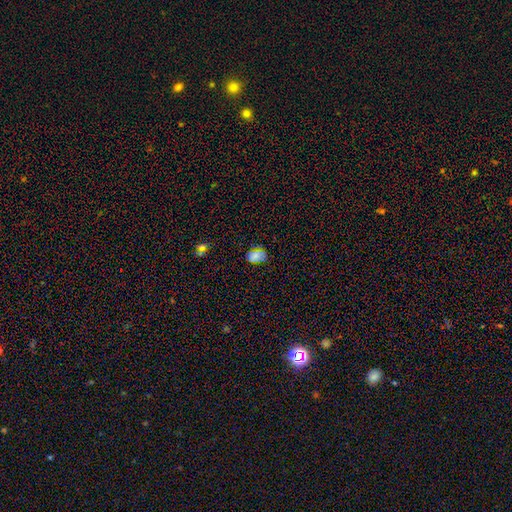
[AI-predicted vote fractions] The model was most divided on "how rounded": in between: 72%, round: 26%, cigar-shaped: 2%. More confident: merging — none (74%); smooth or featured — smooth (71%).